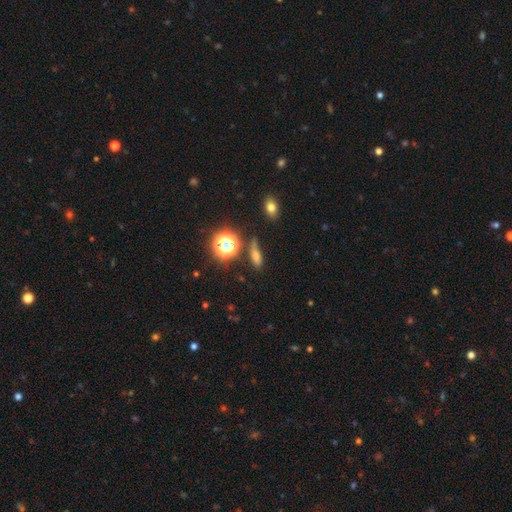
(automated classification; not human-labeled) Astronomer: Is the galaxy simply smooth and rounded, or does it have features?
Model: smooth — 52% (runner-up: star or artifact, 28%).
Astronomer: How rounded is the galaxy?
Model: in between — 41% (runner-up: cigar-shaped, 40%).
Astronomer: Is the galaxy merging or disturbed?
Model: none — 75%.